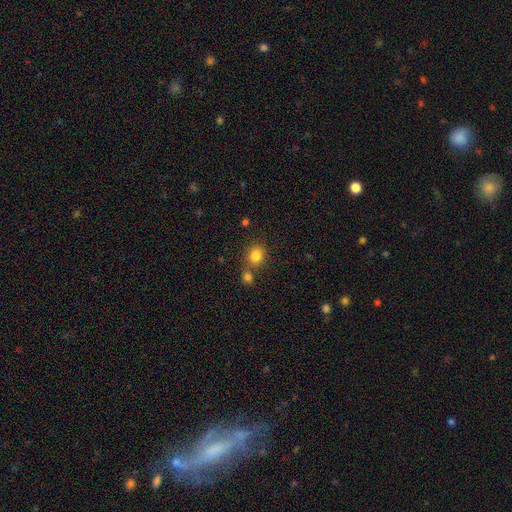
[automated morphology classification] Overall: smooth (83%). How rounded: round (73%). Merging: none (64%).